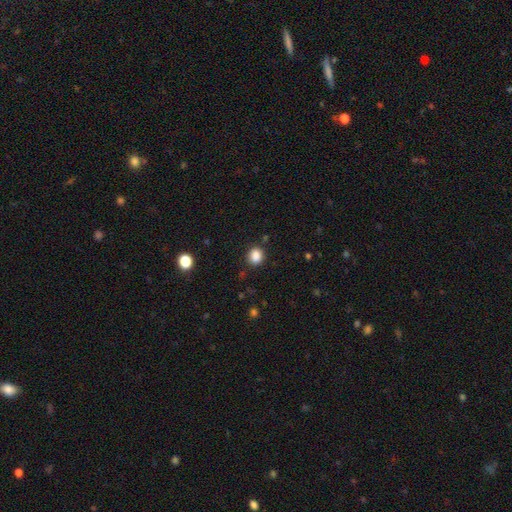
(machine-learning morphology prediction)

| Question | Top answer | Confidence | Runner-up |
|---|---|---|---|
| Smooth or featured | smooth | 86% | star or artifact (11%) |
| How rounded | round | 69% | in between (30%) |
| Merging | none | 85% | minor disturbance (10%) |